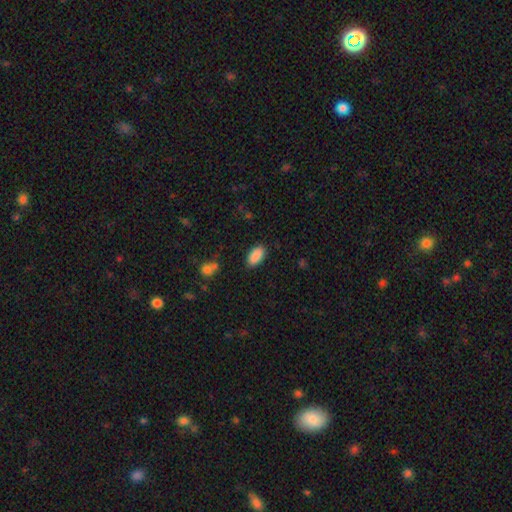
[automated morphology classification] smooth-or-featured: smooth: 89% | star or artifact: 7% | featured or disk: 3%
  how-rounded: in between: 93% | cigar-shaped: 4% | round: 3%
  merging: none: 85% | minor disturbance: 11% | major disturbance: 2% | merger: 2%